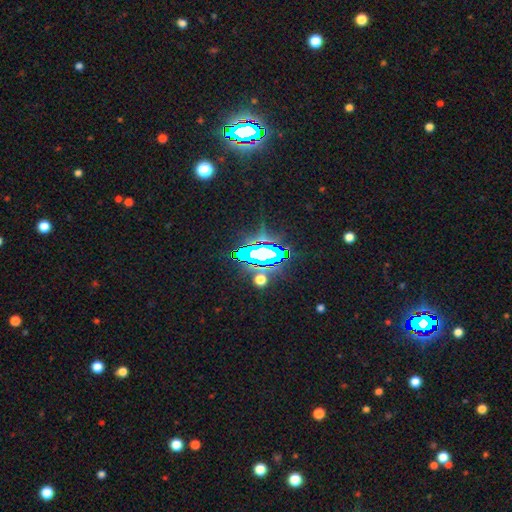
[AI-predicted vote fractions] A star or artifact, not a galaxy (69%).